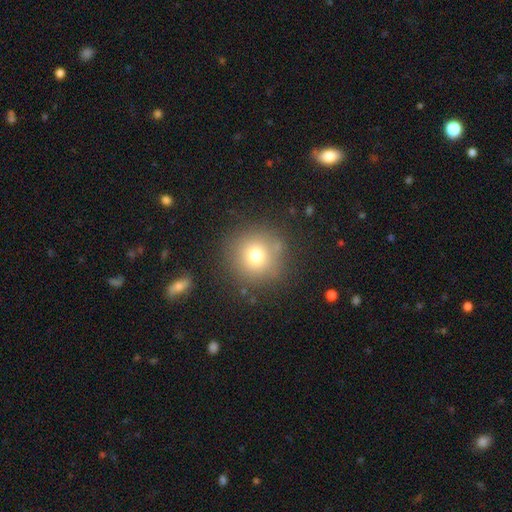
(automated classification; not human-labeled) Smooth or featured: smooth — 74% (star or artifact — 15%)
How rounded: round — 94% (in between — 5%)
Merging: none — 84% (minor disturbance — 9%)